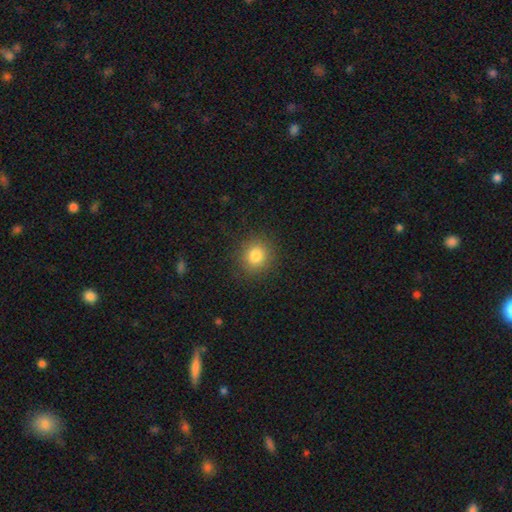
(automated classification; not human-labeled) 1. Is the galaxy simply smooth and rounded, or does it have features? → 81% smooth, 12% star or artifact, 7% featured or disk.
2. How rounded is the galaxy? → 86% round, 13% in between, 1% cigar-shaped.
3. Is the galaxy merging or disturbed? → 88% none, 7% minor disturbance, 3% major disturbance, 1% merger.